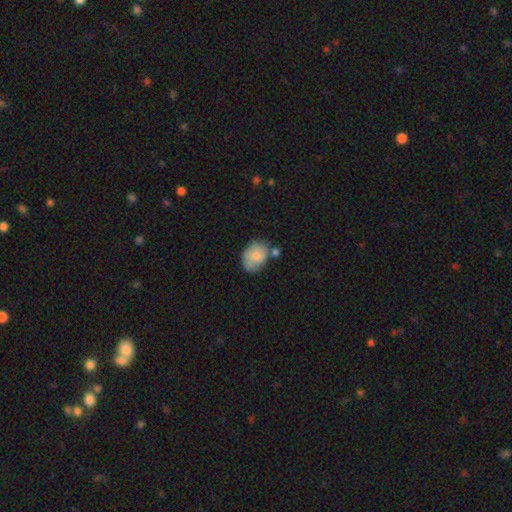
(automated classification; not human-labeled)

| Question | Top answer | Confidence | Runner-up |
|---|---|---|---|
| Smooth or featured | smooth | 78% | featured or disk (15%) |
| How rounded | in between | 70% | round (29%) |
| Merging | none | 54% | minor disturbance (26%) |